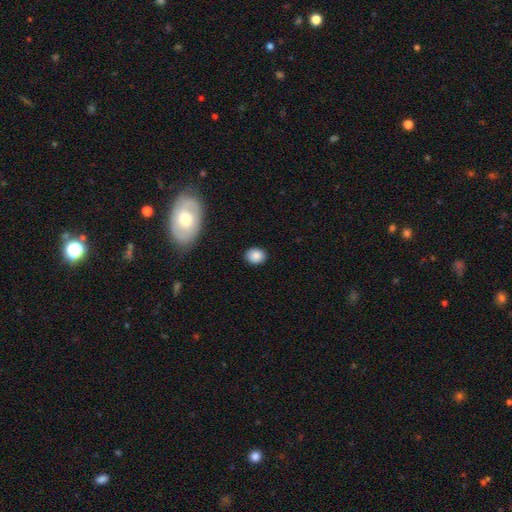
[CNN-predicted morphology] type=smooth (86%); roundness=round (56%); merging=none (88%).